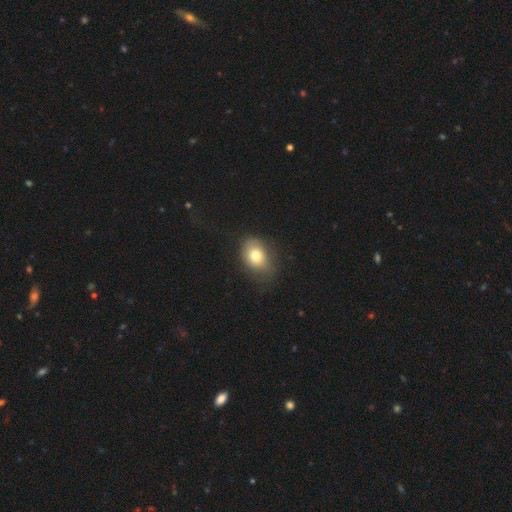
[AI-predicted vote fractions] smooth_or_featured: smooth (p=0.77) [alt: featured or disk p=0.13]
how_rounded: in between (p=0.70) [alt: round p=0.28]
merging: none (p=0.64) [alt: minor disturbance p=0.26]